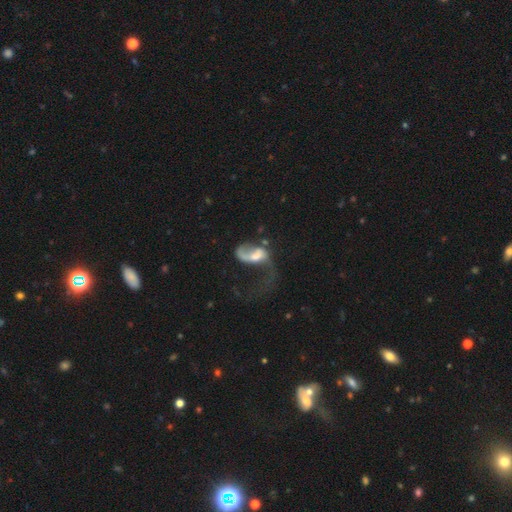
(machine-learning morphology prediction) smooth_or_featured: featured or disk (p=0.69) [alt: smooth p=0.23]
disk_edge_on: no (p=0.96) [alt: yes p=0.04]
bar: no (p=0.47) [alt: weak p=0.38]
has_spiral_arms: yes (p=0.81) [alt: no p=0.19]
spiral_winding: loose (p=0.77) [alt: medium p=0.18]
spiral_arm_count: 1 (p=0.54) [alt: 2 p=0.39]
bulge_size: moderate (p=0.51) [alt: small p=0.26]
merging: major disturbance (p=0.55) [alt: none p=0.21]